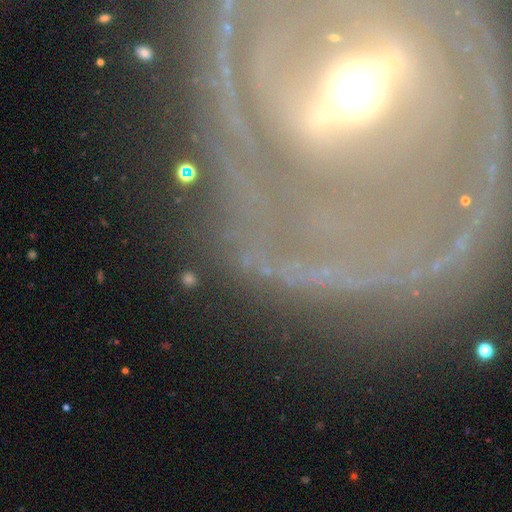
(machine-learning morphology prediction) This is likely a featured or disk galaxy (80%). It is likely not viewed edge-on (79%). Bar: possibly strong (59%). Spiral arm pattern: likely yes (68%). Central bulge: likely moderate (63%). Merging: likely none (76%).